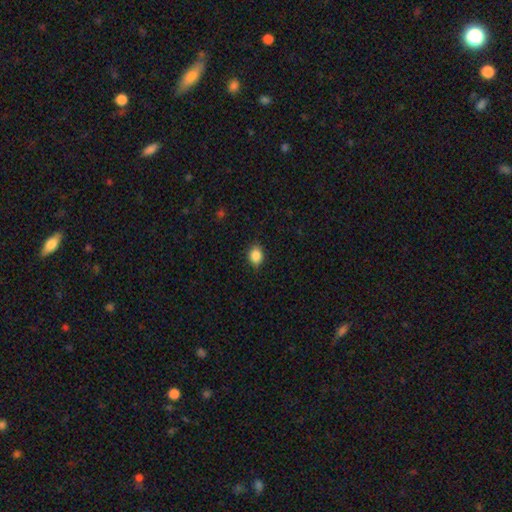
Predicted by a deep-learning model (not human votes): Overall: smooth (87%). How rounded: round (50%; in between 49%). Merging: none (86%).